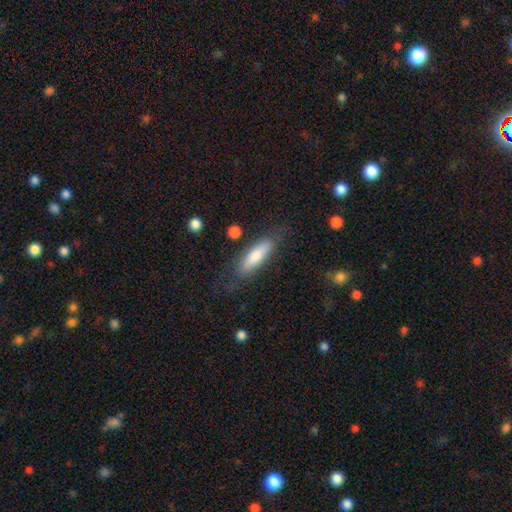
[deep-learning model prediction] smooth 69%, featured or disk 25%, star or artifact 7%. Down the decision tree: how rounded — cigar-shaped (62%); merging — none (73%).